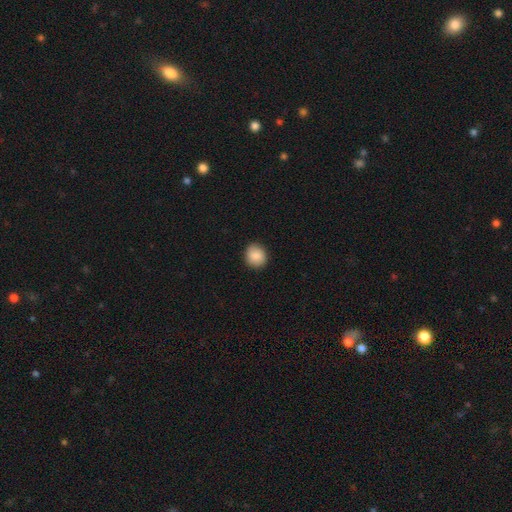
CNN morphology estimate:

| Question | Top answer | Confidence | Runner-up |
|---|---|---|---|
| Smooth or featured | smooth | 88% | star or artifact (8%) |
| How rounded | round | 77% | in between (22%) |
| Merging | none | 89% | minor disturbance (8%) |